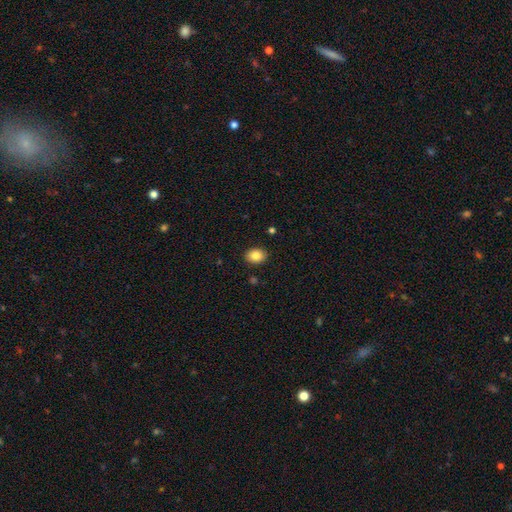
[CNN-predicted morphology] A smooth galaxy with no disk features (85%) that is in between round and cigar-shaped (65%).

Vote fractions:
- Smooth or featured? smooth: 85% / star or artifact: 8% / featured or disk: 7%
- How rounded? in between: 65% / round: 34% / cigar-shaped: 1%
- Merging? none: 89% / minor disturbance: 8% / major disturbance: 2% / merger: 1%